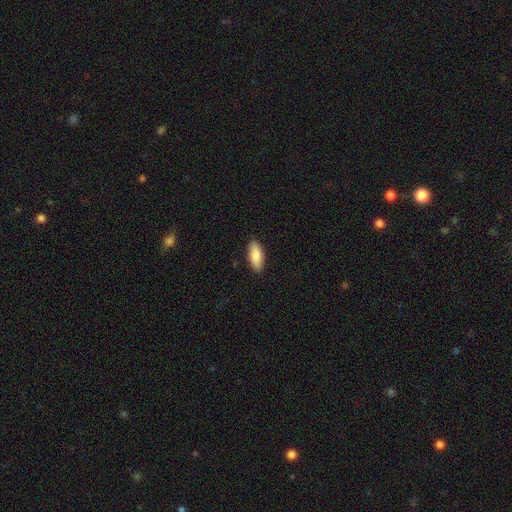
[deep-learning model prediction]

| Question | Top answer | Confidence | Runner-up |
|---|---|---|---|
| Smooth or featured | smooth | 85% | featured or disk (9%) |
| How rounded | in between | 81% | cigar-shaped (17%) |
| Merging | none | 89% | minor disturbance (8%) |